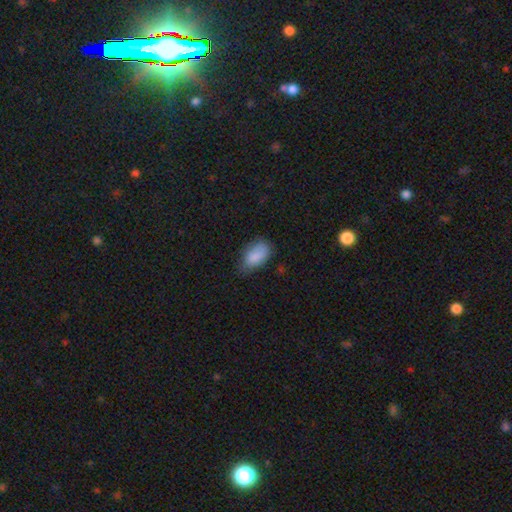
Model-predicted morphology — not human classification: This is clearly a smooth galaxy (86%). How rounded: clearly in between (93%). Merging: possibly none (55%).